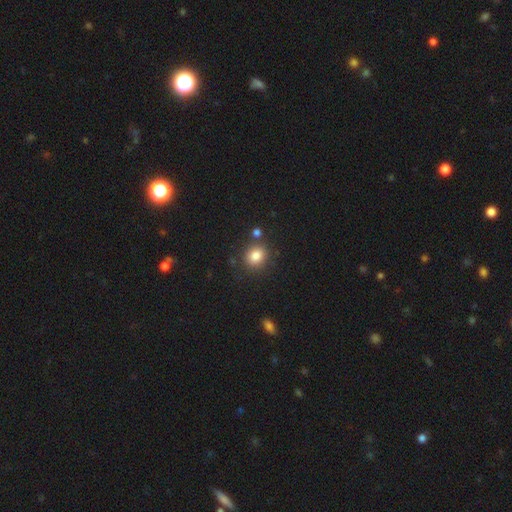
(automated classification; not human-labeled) This appears to be a smooth galaxy with no disk features (83%) that is round (69%). Merging: none (79%).